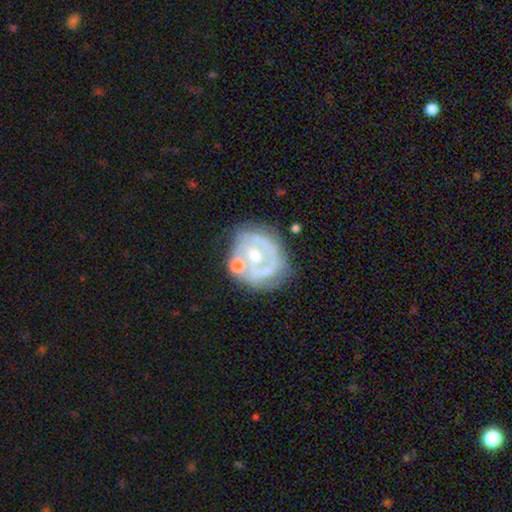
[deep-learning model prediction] smooth_or_featured: featured or disk (p=0.71) [alt: smooth p=0.22]
disk_edge_on: no (p=0.97) [alt: yes p=0.03]
bar: no (p=0.63) [alt: weak p=0.27]
has_spiral_arms: no (p=0.55) [alt: yes p=0.45]
bulge_size: moderate (p=0.59) [alt: small p=0.25]
merging: none (p=0.51) [alt: minor disturbance p=0.22]